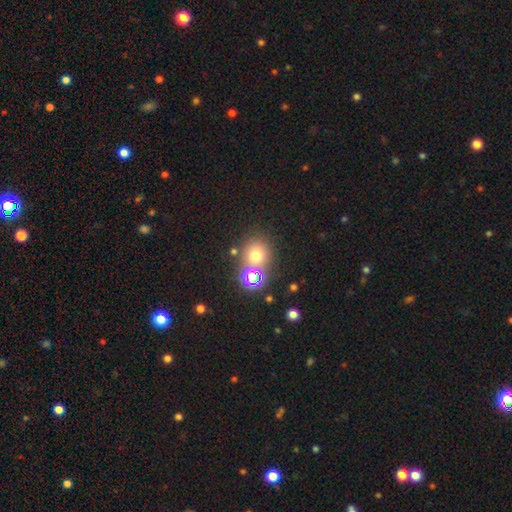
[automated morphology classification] smooth_or_featured: smooth (p=0.67) [alt: star or artifact p=0.24]
how_rounded: round (p=0.84) [alt: in between p=0.15]
merging: none (p=0.67) [alt: merger p=0.20]